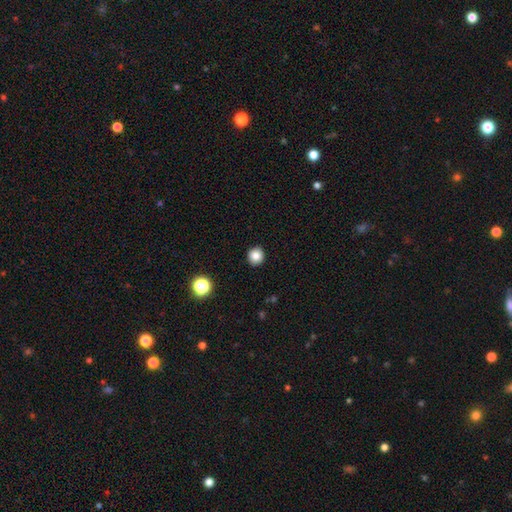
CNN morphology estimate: Smooth or featured: smooth — 84% (star or artifact — 11%)
How rounded: round — 90% (in between — 9%)
Merging: none — 92% (minor disturbance — 6%)